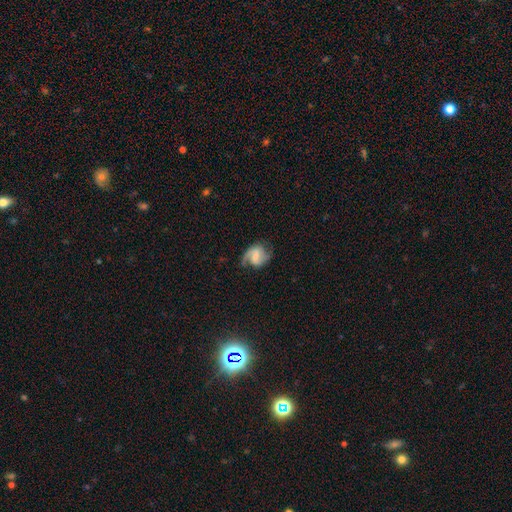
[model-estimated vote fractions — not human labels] Smooth or featured? Predicted: featured or disk (p=0.74). Edge-on disk? Predicted: no (p=0.98). Bar? Predicted: weak (p=0.52). Spiral arms? Predicted: yes (p=0.94). Spiral winding? Predicted: medium (p=0.48). Spiral arm count? Predicted: 2 (p=0.77). Bulge size? Predicted: small (p=0.44). Merging? Predicted: none (p=0.65).